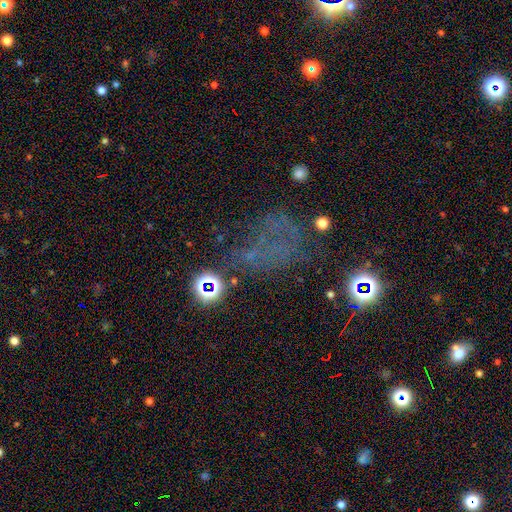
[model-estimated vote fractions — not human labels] Q: Smooth or featured?
A: star or artifact (51%); runner-up: smooth (26%)